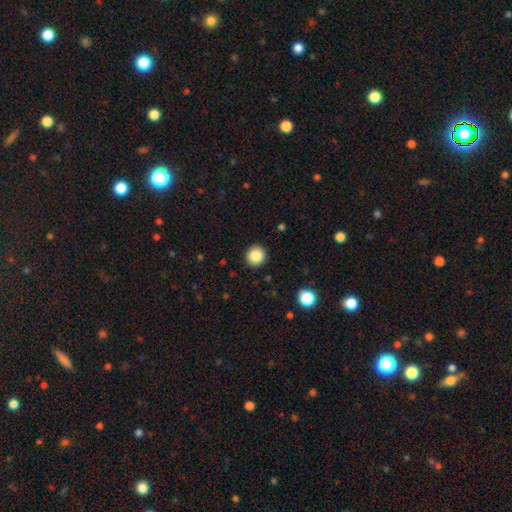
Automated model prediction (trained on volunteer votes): smooth_or_featured: smooth (p=0.86) [alt: star or artifact p=0.10]
how_rounded: round (p=0.90) [alt: in between p=0.09]
merging: none (p=0.91) [alt: minor disturbance p=0.06]